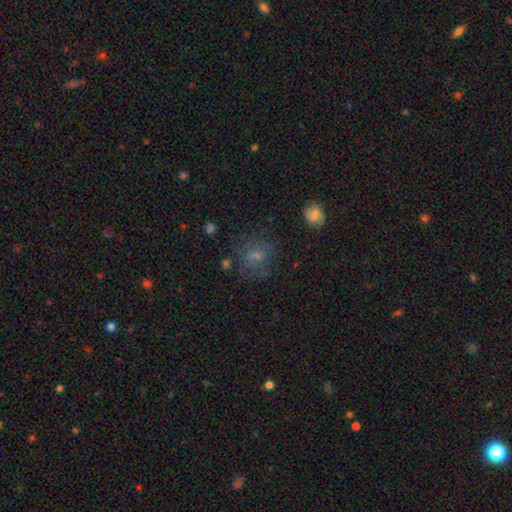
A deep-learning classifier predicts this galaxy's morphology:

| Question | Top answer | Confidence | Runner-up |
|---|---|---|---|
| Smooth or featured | smooth | 58% | featured or disk (26%) |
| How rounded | round | 67% | in between (32%) |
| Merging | none | 64% | minor disturbance (19%) |